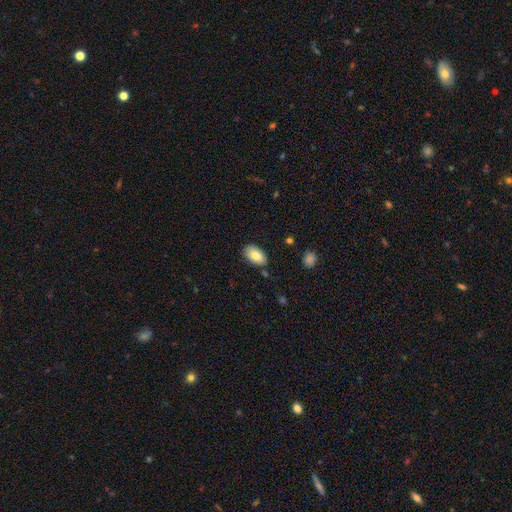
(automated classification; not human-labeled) smooth_or_featured: smooth (p=0.80) [alt: featured or disk p=0.13]
how_rounded: in between (p=0.94) [alt: round p=0.05]
merging: none (p=0.82) [alt: minor disturbance p=0.13]